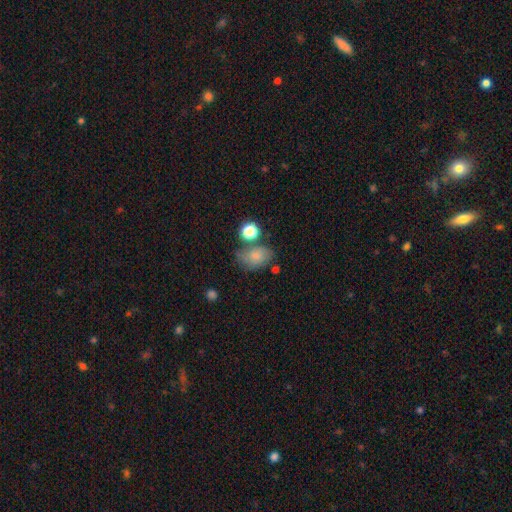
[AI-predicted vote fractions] Q: Smooth or featured?
A: smooth (76%); runner-up: featured or disk (13%)
Q: How rounded?
A: in between (78%); runner-up: round (21%)
Q: Merging?
A: none (56%); runner-up: minor disturbance (23%)